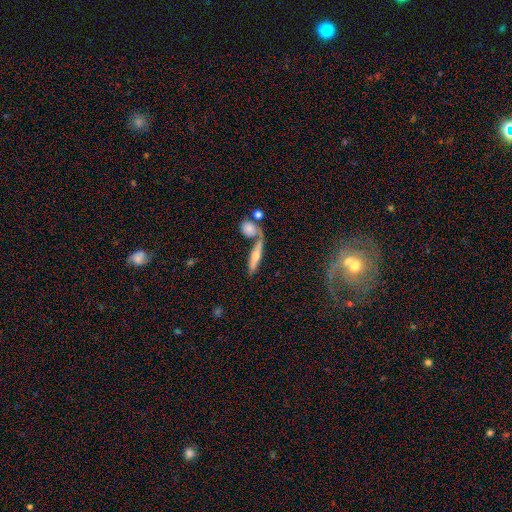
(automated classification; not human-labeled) This is possibly a featured or disk galaxy (60%). It is clearly viewed edge-on (82%). Merging: possibly none (54%).